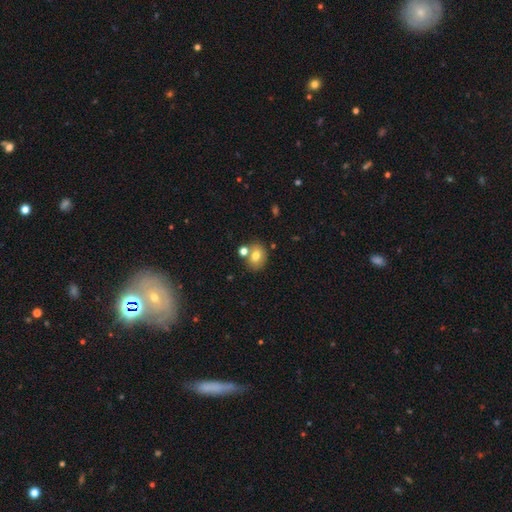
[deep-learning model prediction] Smooth or featured? Predicted: smooth (p=0.74). How rounded? Predicted: round (p=0.51). Merging? Predicted: none (p=0.63).